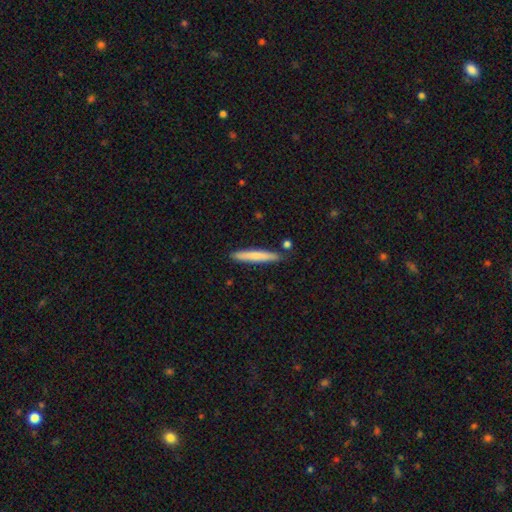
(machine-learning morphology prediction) type=smooth (71%); roundness=cigar-shaped (95%); merging=none (86%).